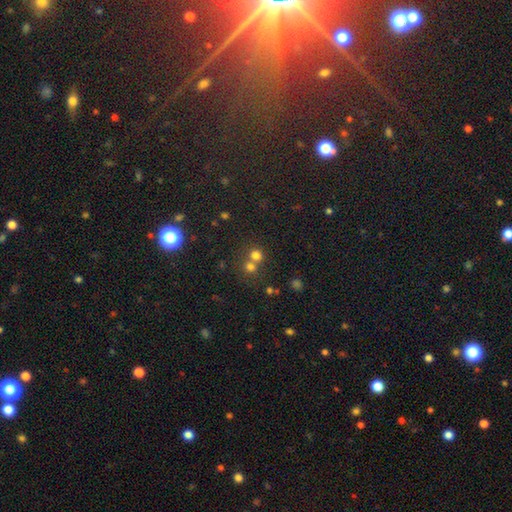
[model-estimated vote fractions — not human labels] Q: Smooth or featured?
A: smooth (71%); runner-up: star or artifact (20%)
Q: How rounded?
A: round (84%); runner-up: in between (15%)
Q: Merging?
A: none (46%); runner-up: merger (45%)